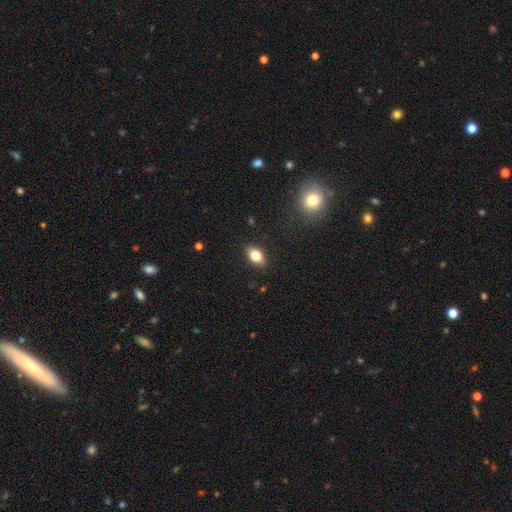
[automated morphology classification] The model was most divided on "smooth or featured": smooth: 79%, featured or disk: 12%, star or artifact: 9%. More confident: merging — none (87%); how rounded — in between (83%).